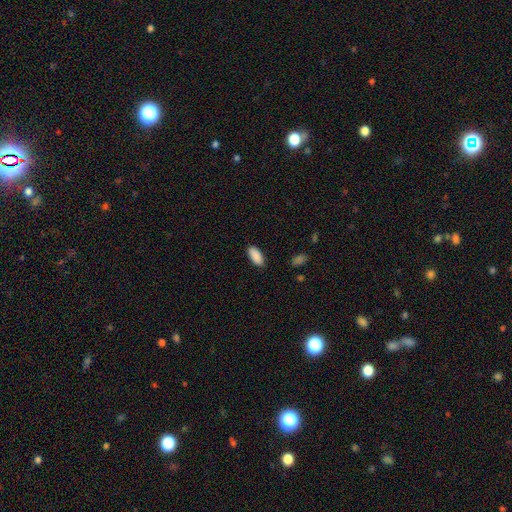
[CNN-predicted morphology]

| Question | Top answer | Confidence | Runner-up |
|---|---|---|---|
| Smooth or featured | smooth | 90% | star or artifact (7%) |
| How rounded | in between | 86% | cigar-shaped (12%) |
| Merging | none | 87% | minor disturbance (10%) |